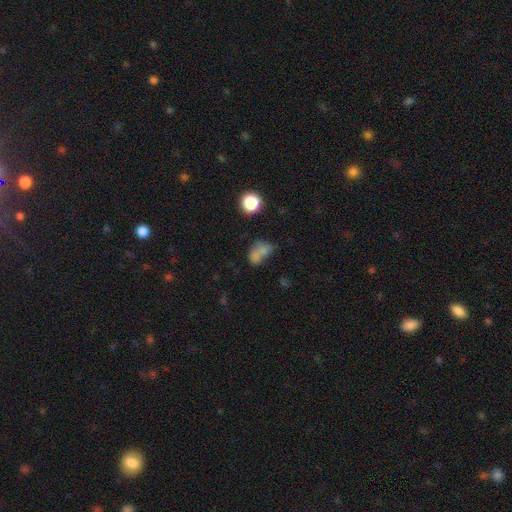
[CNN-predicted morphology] This appears to be a smooth galaxy with no disk features (69%) that is in between round and cigar-shaped (72%). Merging: merger (39%).